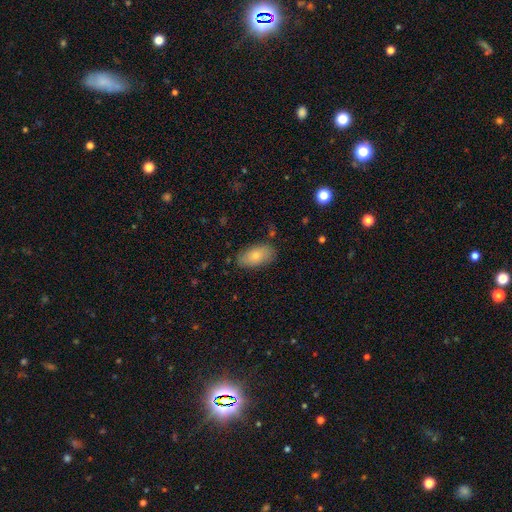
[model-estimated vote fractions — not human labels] This appears to be a smooth galaxy with no disk features (77%) that is in between round and cigar-shaped (94%). Merging: none (82%).